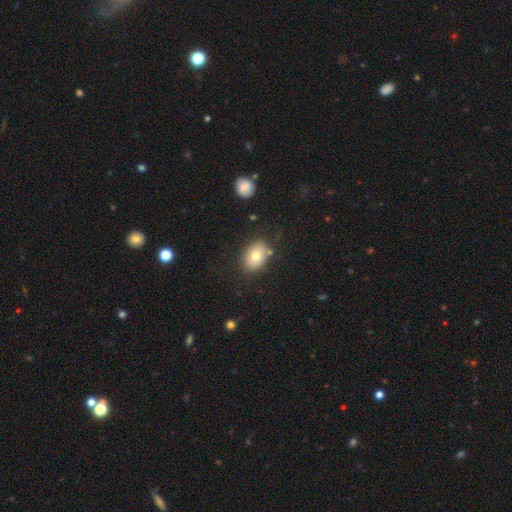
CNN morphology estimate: smooth_or_featured: smooth (p=0.75) [alt: featured or disk p=0.16]
how_rounded: in between (p=0.73) [alt: round p=0.26]
merging: none (p=0.79) [alt: minor disturbance p=0.13]